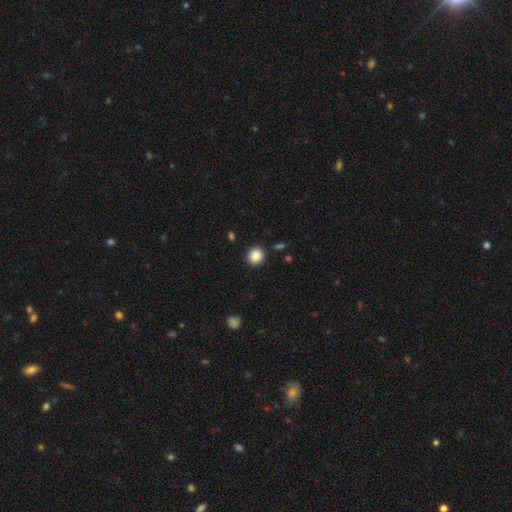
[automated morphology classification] smooth 87%, star or artifact 10%, featured or disk 4%. Down the decision tree: how rounded — round (88%); merging — none (90%).